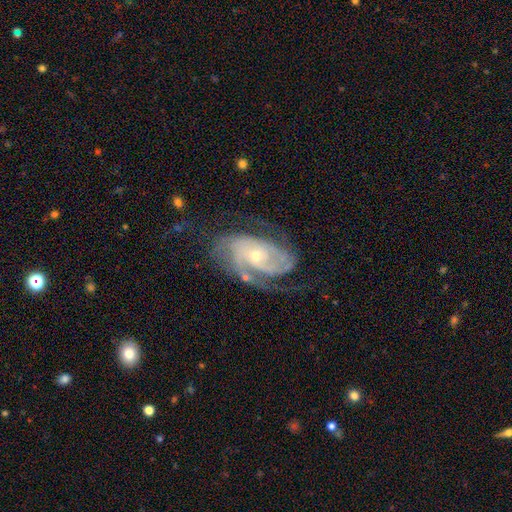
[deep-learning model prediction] The model was most divided on "spiral winding": tight: 53%, medium: 37%, loose: 10%. Remaining: spiral arms — yes (97%); edge-on disk — no (96%); smooth or featured — featured or disk (89%); bar — no (68%); bulge size — small (65%); merging — none (62%); spiral arm count — 2 (47%).